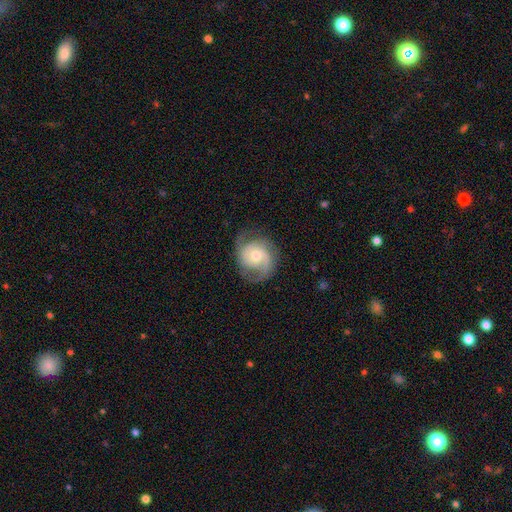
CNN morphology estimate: Smooth or featured: featured or disk — 82% (smooth — 12%)
Edge-on disk: no — 98% (yes — 2%)
Bar: no — 64% (weak — 31%)
Spiral arms: yes — 96% (no — 4%)
Spiral winding: medium — 48% (tight — 34%)
Spiral arm count: 2 — 70% (3 — 10%)
Bulge size: moderate — 55% (small — 38%)
Merging: none — 73% (minor disturbance — 17%)